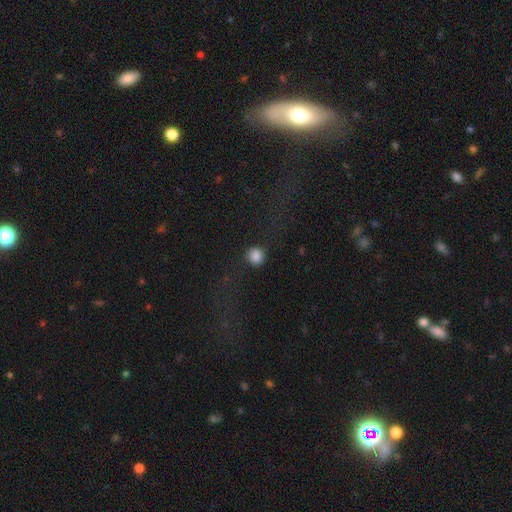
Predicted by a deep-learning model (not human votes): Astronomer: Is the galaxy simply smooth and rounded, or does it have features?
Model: smooth — 84%.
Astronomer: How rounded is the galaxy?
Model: round — 88%.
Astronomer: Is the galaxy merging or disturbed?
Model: none — 81%.